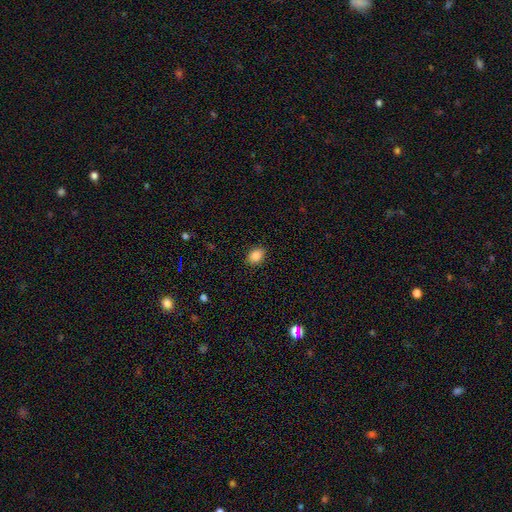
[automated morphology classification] smooth-or-featured: smooth: 87% | star or artifact: 9% | featured or disk: 4%
  how-rounded: in between: 69% | round: 30% | cigar-shaped: 1%
  merging: none: 86% | minor disturbance: 11% | major disturbance: 2% | merger: 1%